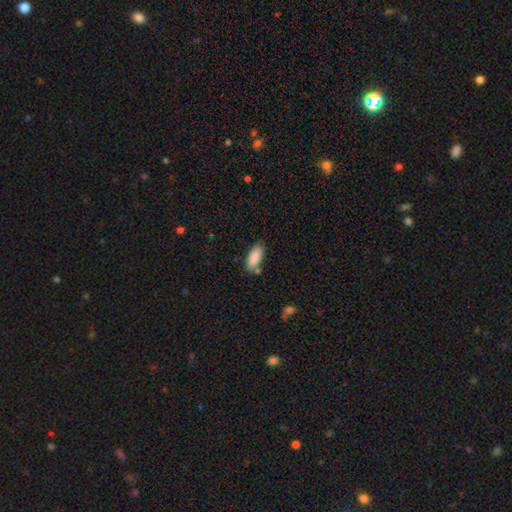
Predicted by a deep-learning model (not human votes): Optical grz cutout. It shows a smooth galaxy with no disk features (88%) that is in between round and cigar-shaped (81%). Merging: none (76%).